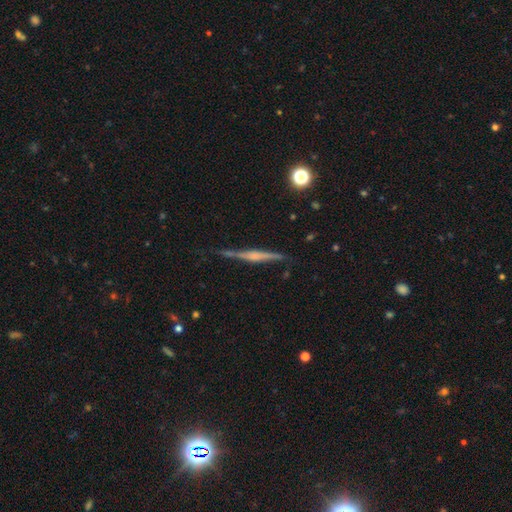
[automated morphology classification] Q: Smooth or featured?
A: featured or disk (74%); runner-up: smooth (19%)
Q: Edge-on disk?
A: yes (97%); runner-up: no (3%)
Q: Edge-on bulge?
A: rounded (54%); runner-up: boxy (27%)
Q: Merging?
A: none (82%); runner-up: minor disturbance (13%)